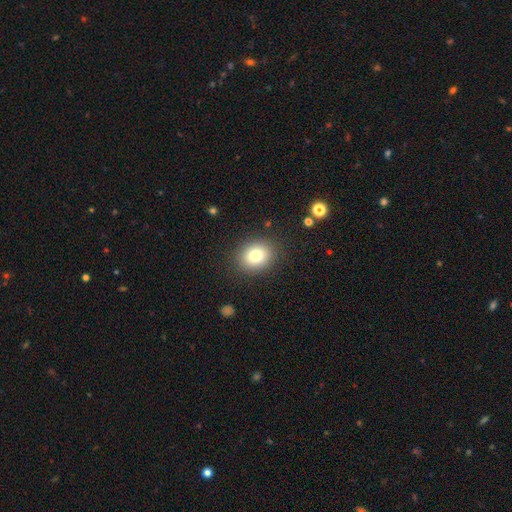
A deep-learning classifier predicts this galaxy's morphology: smooth 79%, star or artifact 11%, featured or disk 10%. Down the decision tree: how rounded — round (61%); merging — none (88%).